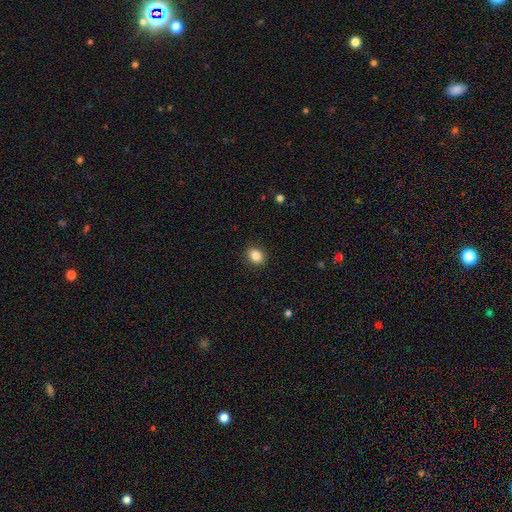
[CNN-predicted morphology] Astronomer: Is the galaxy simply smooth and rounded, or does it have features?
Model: smooth — 86%.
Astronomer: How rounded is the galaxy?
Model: in between — 53% (runner-up: round, 46%).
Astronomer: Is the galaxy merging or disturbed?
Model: none — 90%.